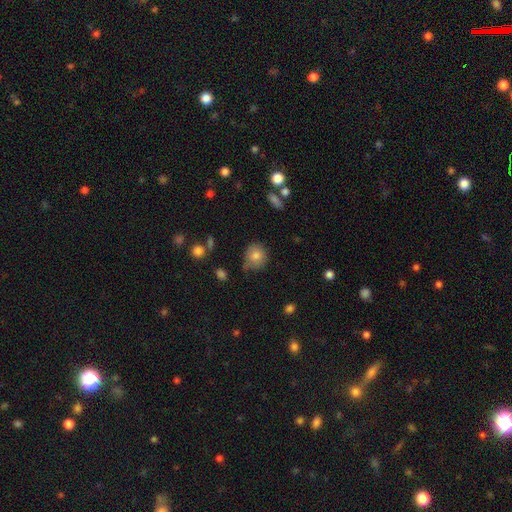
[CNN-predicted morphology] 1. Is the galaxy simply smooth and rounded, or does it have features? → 80% smooth, 11% featured or disk, 10% star or artifact.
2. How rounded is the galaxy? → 81% round, 18% in between, 1% cigar-shaped.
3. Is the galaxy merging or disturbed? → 61% none, 28% minor disturbance, 7% major disturbance, 4% merger.